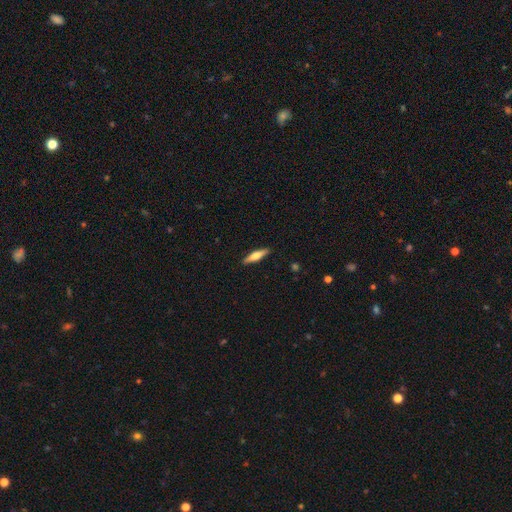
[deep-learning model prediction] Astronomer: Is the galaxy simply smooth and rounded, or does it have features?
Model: smooth — 56% (runner-up: featured or disk, 39%).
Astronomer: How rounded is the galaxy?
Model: cigar-shaped — 75%.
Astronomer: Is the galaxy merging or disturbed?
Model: none — 90%.